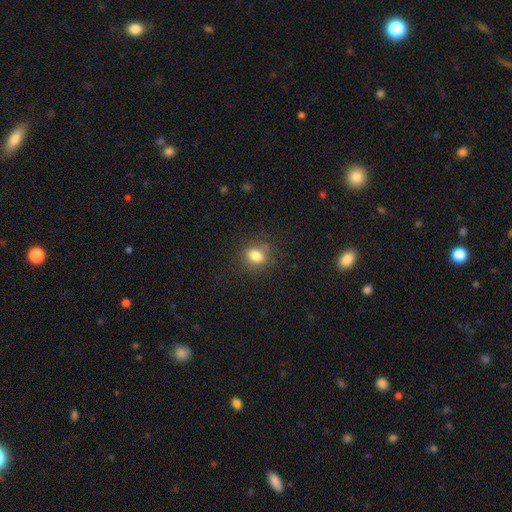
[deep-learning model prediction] Overall: smooth (80%). How rounded: in between (56%; round 42%). Merging: none (81%).